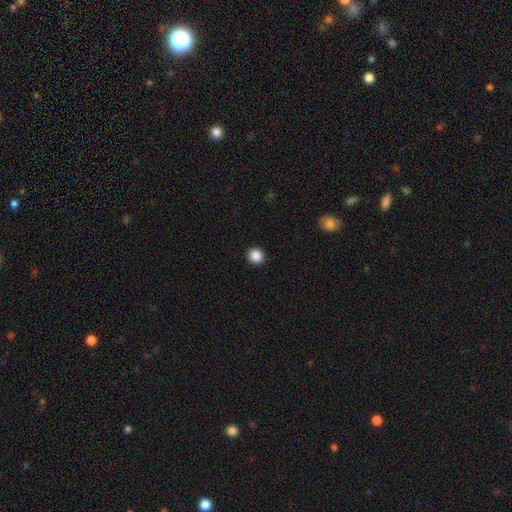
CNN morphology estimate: Q: Smooth or featured?
A: smooth (88%); runner-up: star or artifact (10%)
Q: How rounded?
A: round (94%); runner-up: in between (5%)
Q: Merging?
A: none (93%); runner-up: minor disturbance (4%)